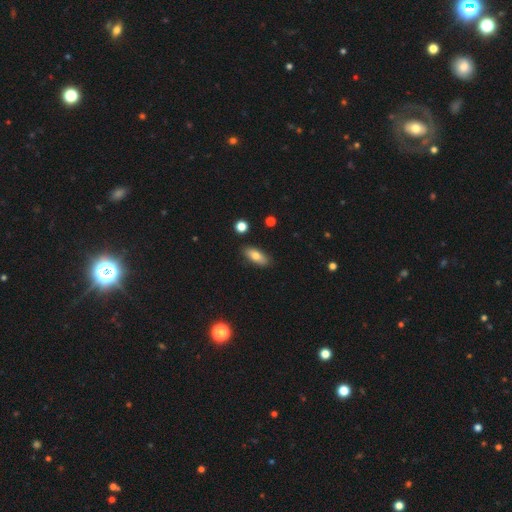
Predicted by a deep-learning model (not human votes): Morphology: type=smooth (75%); roundness=in between (78%); merging=none (86%).